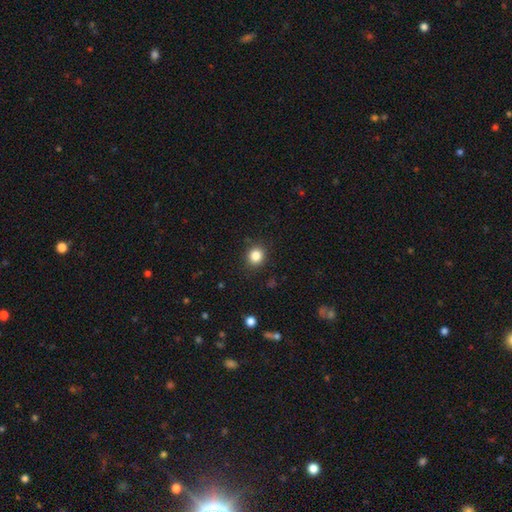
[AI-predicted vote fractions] Smooth or featured: smooth — 84% (star or artifact — 11%)
How rounded: round — 81% (in between — 18%)
Merging: none — 89% (minor disturbance — 8%)